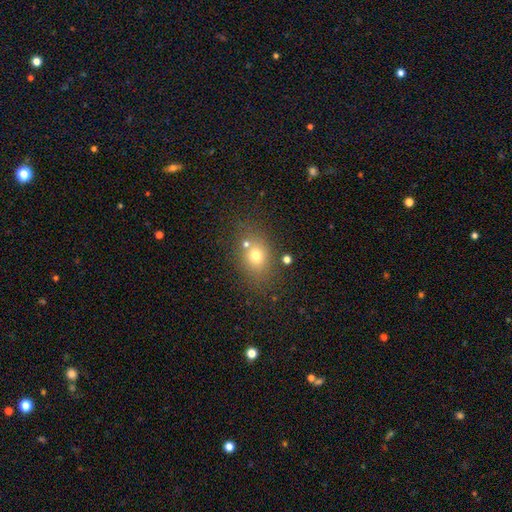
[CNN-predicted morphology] type=smooth (70%); roundness=in between (54%); merging=none (68%).